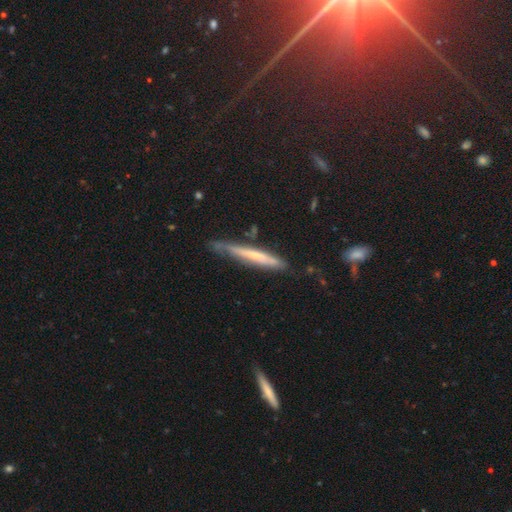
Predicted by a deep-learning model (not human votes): This is possibly a featured or disk galaxy (48%). Merging: likely none (67%).